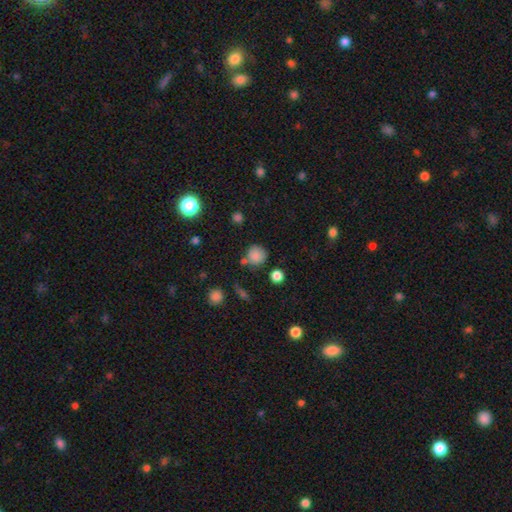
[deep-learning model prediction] Overall: smooth (82%). How rounded: round (91%). Merging: none (72%).